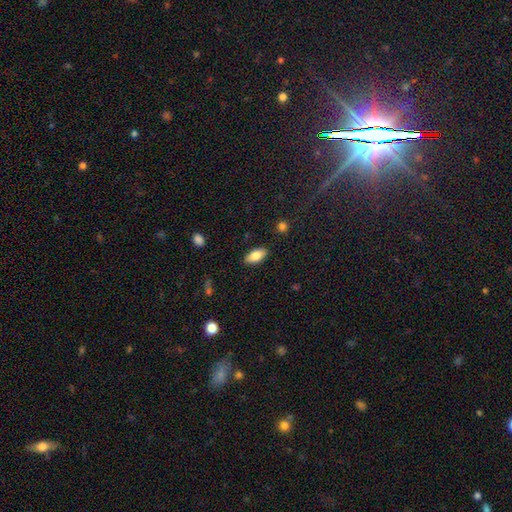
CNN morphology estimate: A smooth galaxy with no disk features (80%) that is in between round and cigar-shaped (89%).

Vote fractions:
- Smooth or featured? smooth: 80% / featured or disk: 14% / star or artifact: 7%
- How rounded? in between: 89% / cigar-shaped: 8% / round: 3%
- Merging? none: 88% / minor disturbance: 9% / major disturbance: 2% / merger: 1%